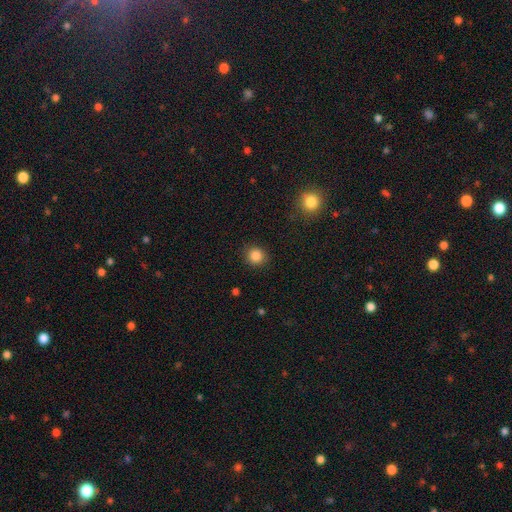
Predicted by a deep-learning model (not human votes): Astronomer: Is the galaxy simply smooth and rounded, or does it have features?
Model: smooth — 85%.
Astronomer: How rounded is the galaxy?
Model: round — 89%.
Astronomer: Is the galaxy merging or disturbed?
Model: none — 89%.